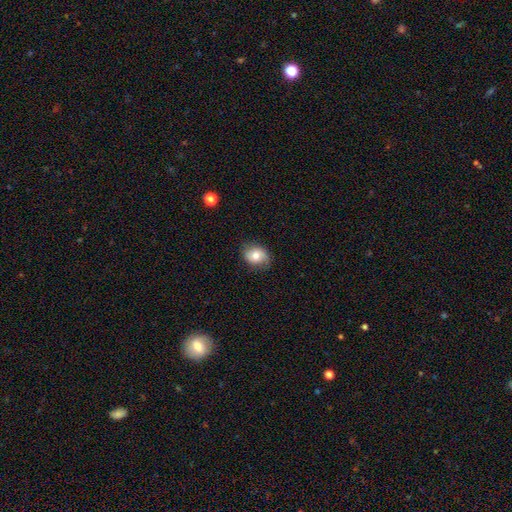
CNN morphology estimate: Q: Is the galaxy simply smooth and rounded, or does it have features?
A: smooth — 66%.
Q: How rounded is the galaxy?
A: in between — 53%.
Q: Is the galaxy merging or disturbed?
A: none — 74%.